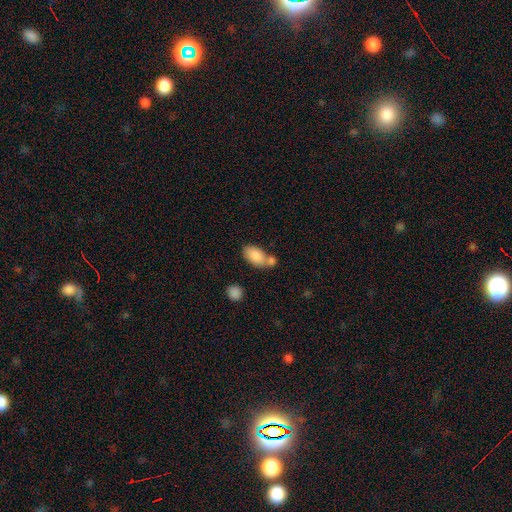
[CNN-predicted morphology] This is clearly a smooth galaxy (85%). How rounded: clearly in between (93%). Merging: marginally none (41%).